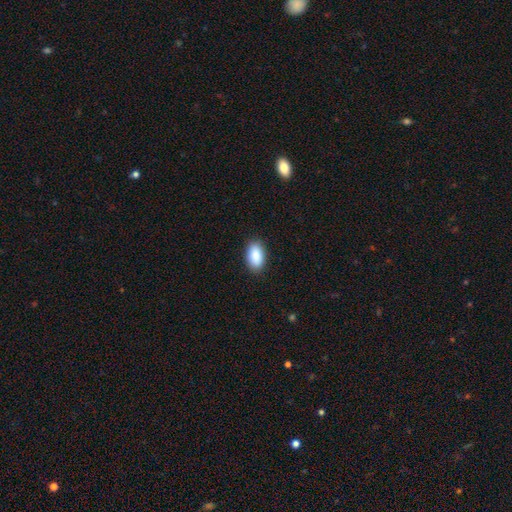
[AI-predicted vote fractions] Smooth or featured? Predicted: smooth (p=0.89). How rounded? Predicted: in between (p=0.94). Merging? Predicted: none (p=0.89).